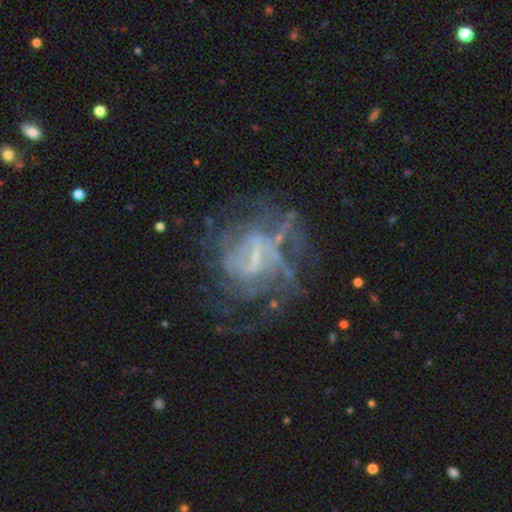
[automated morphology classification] This appears to be a featured or disk galaxy (77%) with a weak bar (47%), tight (44%) spiral arms (69%) and a small central bulge (45%). Merging: none (52%).